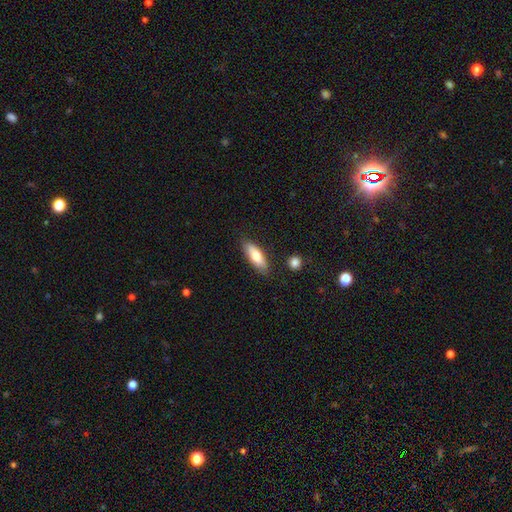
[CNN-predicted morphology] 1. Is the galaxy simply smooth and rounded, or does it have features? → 73% smooth, 21% featured or disk, 6% star or artifact.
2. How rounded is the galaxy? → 63% in between, 35% cigar-shaped, 2% round.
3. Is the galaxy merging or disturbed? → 83% none, 12% minor disturbance, 3% merger, 3% major disturbance.